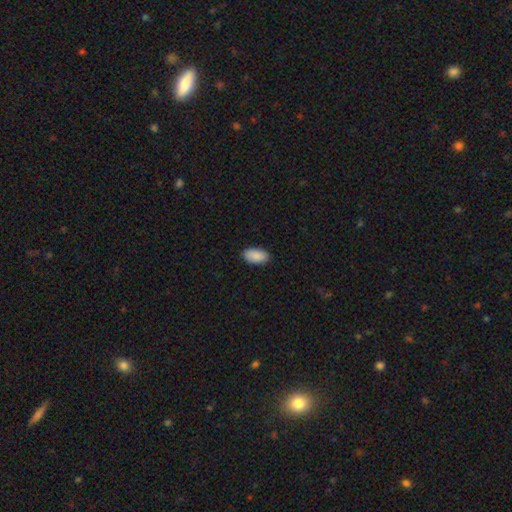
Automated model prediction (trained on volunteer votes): Q: Smooth or featured?
A: smooth (90%); runner-up: star or artifact (6%)
Q: How rounded?
A: in between (95%); runner-up: round (2%)
Q: Merging?
A: none (90%); runner-up: minor disturbance (8%)